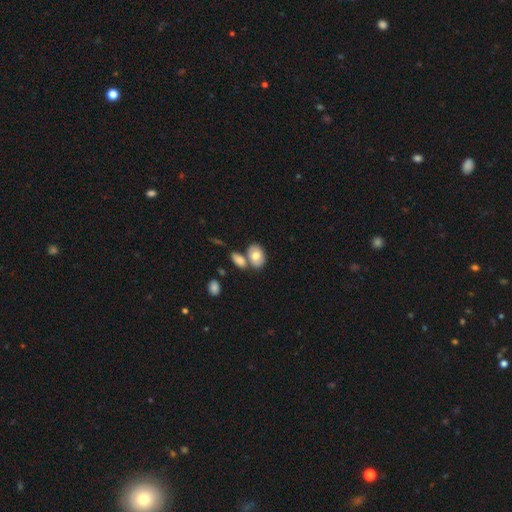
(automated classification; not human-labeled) Smooth or featured?
  - smooth: 73% *
  - featured or disk: 20%
  - star or artifact: 7%
How rounded?
  - in between: 86% *
  - round: 13%
  - cigar-shaped: 1%
Merging?
  - none: 54% *
  - merger: 29%
  - minor disturbance: 13%
  - major disturbance: 4%